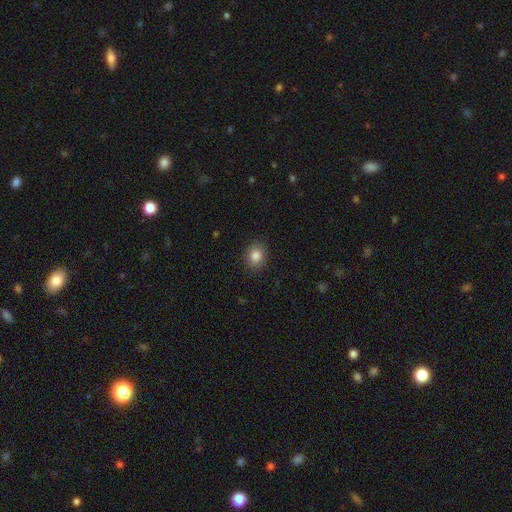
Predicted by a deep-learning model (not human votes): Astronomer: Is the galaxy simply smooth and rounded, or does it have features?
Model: smooth — 84%.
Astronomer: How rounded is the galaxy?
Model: round — 61% (runner-up: in between, 38%).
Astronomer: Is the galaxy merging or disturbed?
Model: none — 89%.